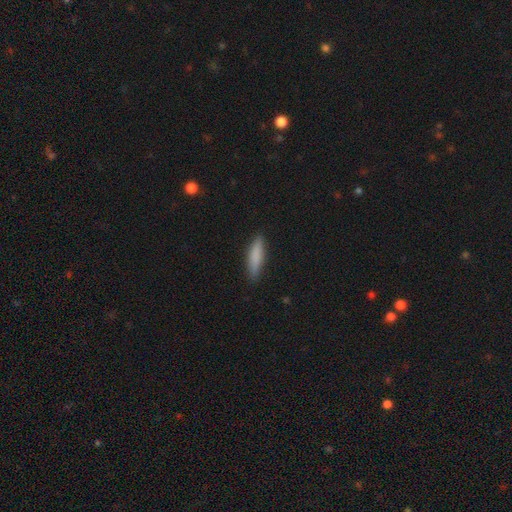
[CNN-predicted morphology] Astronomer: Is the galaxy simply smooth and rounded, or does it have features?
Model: smooth — 82%.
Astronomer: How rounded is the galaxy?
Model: cigar-shaped — 72%.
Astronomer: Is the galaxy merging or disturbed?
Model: none — 86%.